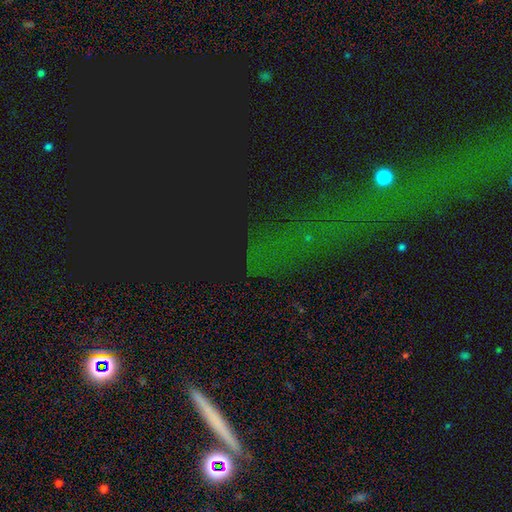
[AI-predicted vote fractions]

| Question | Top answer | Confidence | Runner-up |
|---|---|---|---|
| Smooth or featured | star or artifact | 66% | smooth (17%) |